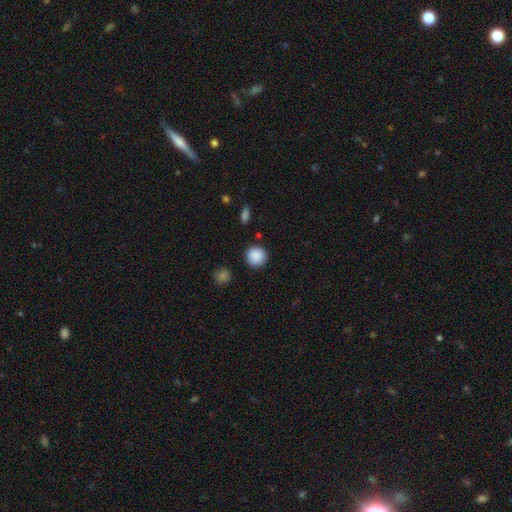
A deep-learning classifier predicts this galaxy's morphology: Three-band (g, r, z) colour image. It shows a smooth galaxy with no disk features (89%) that is round (94%). Merging: none (90%).